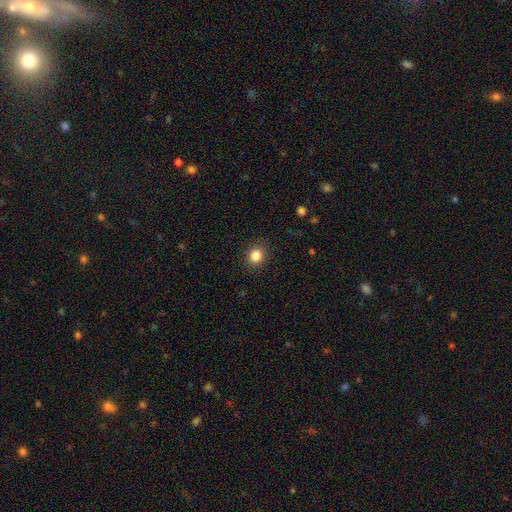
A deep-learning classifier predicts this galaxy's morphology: smooth-or-featured: smooth: 85% | star or artifact: 11% | featured or disk: 4%
  how-rounded: round: 78% | in between: 21% | cigar-shaped: 1%
  merging: none: 90% | minor disturbance: 7% | major disturbance: 2% | merger: 1%